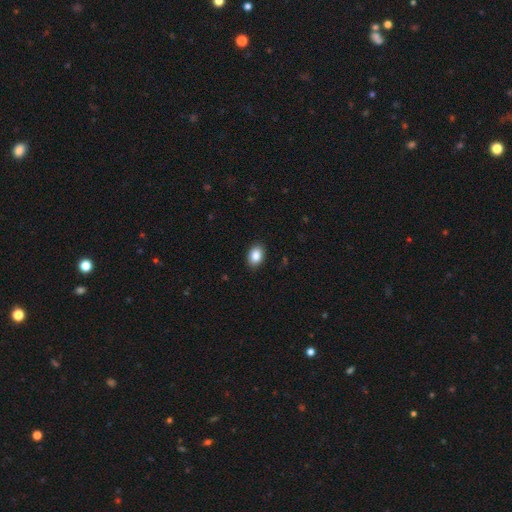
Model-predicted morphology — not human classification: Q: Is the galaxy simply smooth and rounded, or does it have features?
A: smooth — 87%.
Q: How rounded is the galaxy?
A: in between — 82%.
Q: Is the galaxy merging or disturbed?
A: none — 89%.